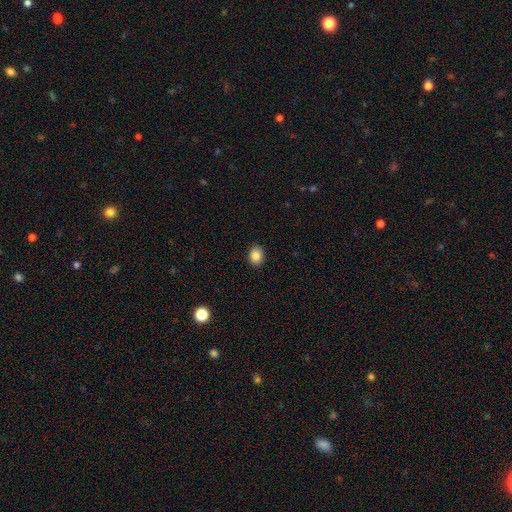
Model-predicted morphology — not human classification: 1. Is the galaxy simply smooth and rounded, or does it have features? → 86% smooth, 9% star or artifact, 5% featured or disk.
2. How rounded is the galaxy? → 50% in between, 49% round, 1% cigar-shaped.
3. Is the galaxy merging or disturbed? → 89% none, 8% minor disturbance, 2% major disturbance, 1% merger.